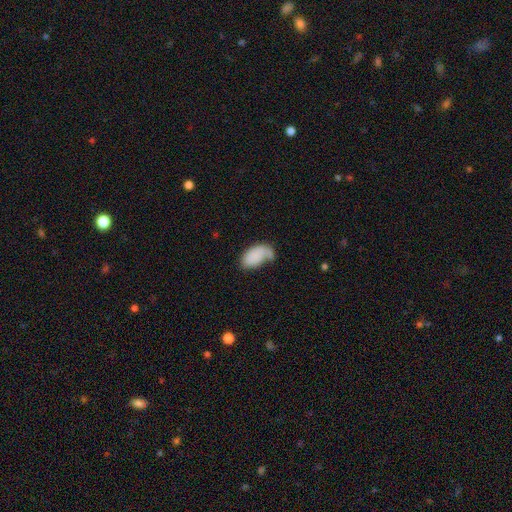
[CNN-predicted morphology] This is likely a smooth galaxy (80%). How rounded: clearly in between (94%). Merging: marginally none (39%).